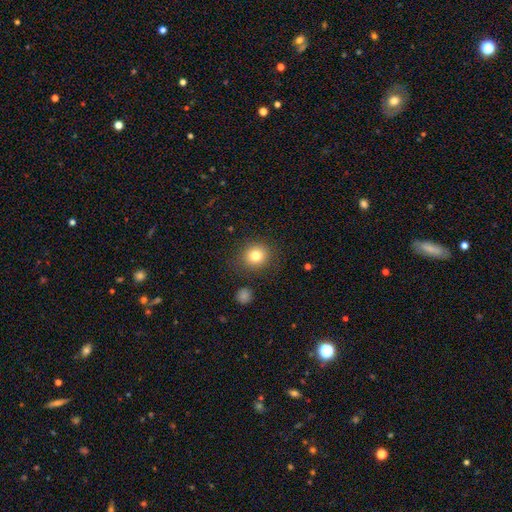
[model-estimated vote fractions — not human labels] smooth-or-featured: smooth: 80% | star or artifact: 11% | featured or disk: 8%
  how-rounded: round: 85% | in between: 14% | cigar-shaped: 1%
  merging: none: 86% | minor disturbance: 8% | major disturbance: 3% | merger: 2%